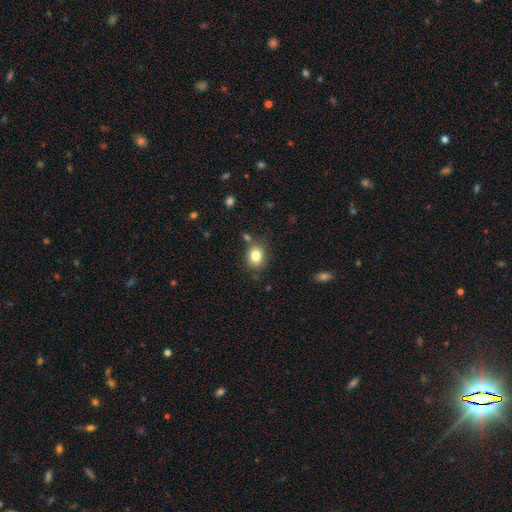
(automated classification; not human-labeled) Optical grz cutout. It shows a smooth galaxy with no disk features (82%) that is round (50%). Merging: none (77%).